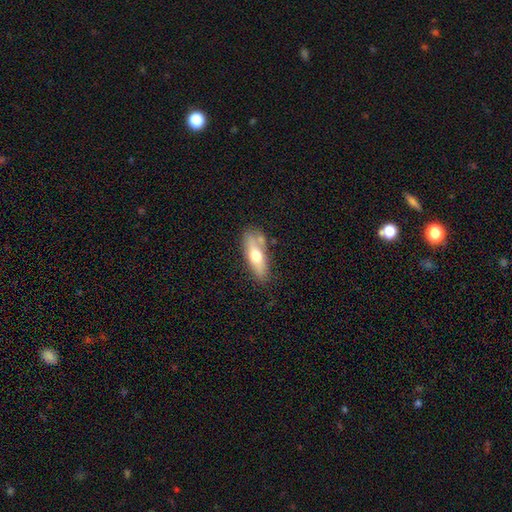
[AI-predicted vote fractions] Overall: smooth (59%; featured or disk 35%). How rounded: in between (59%; cigar-shaped 38%). Merging: none (63%).